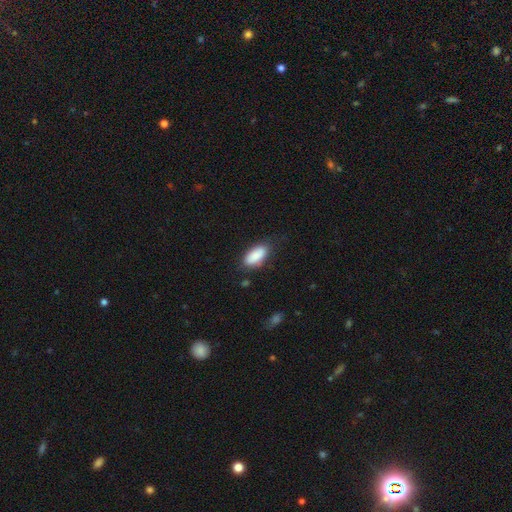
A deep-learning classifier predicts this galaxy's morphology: smooth-or-featured: smooth: 88% | star or artifact: 6% | featured or disk: 6%
  how-rounded: in between: 88% | cigar-shaped: 9% | round: 2%
  merging: none: 75% | minor disturbance: 19% | major disturbance: 4% | merger: 2%